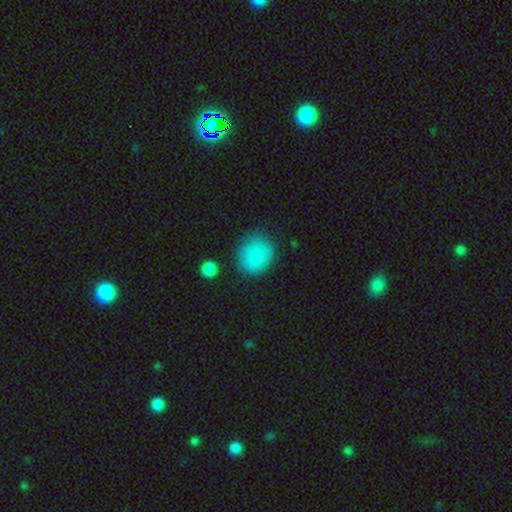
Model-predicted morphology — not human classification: smooth_or_featured: smooth (p=0.86) [alt: star or artifact p=0.08]
how_rounded: round (p=0.76) [alt: in between p=0.23]
merging: none (p=0.76) [alt: minor disturbance p=0.17]